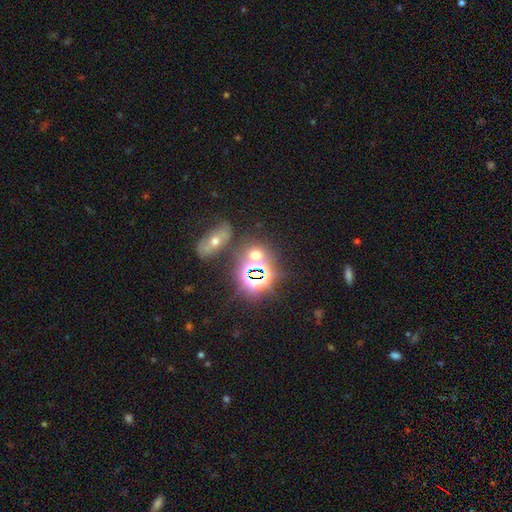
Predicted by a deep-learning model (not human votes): A star or artifact, not a galaxy (51%).

Vote fractions:
- Smooth or featured? star or artifact: 51% / smooth: 38% / featured or disk: 11%